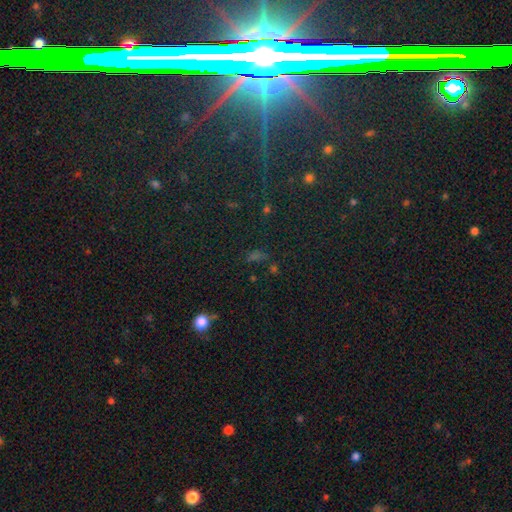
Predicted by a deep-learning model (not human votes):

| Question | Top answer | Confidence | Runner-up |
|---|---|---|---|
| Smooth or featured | star or artifact | 58% | smooth (31%) |